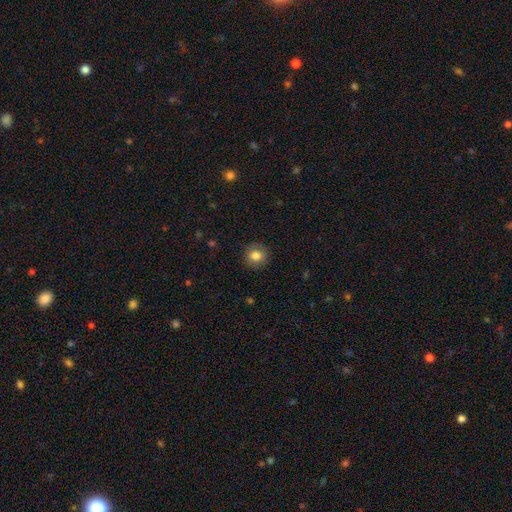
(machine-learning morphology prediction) Q: Smooth or featured?
A: smooth (82%); runner-up: star or artifact (10%)
Q: How rounded?
A: round (86%); runner-up: in between (13%)
Q: Merging?
A: none (86%); runner-up: minor disturbance (10%)